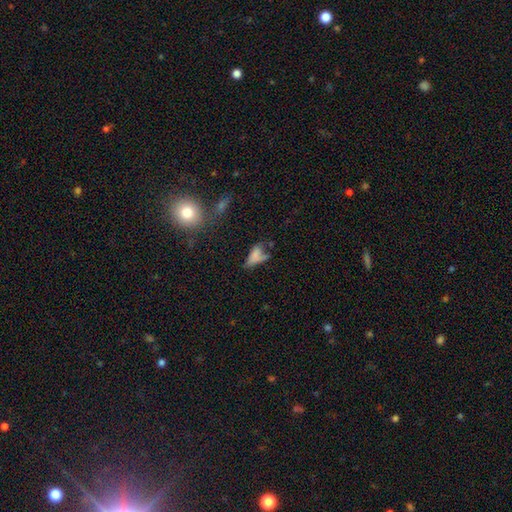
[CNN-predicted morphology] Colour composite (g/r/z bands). It shows a smooth galaxy with no disk features (64%) that is in between round and cigar-shaped (69%). Merging: none (33%).